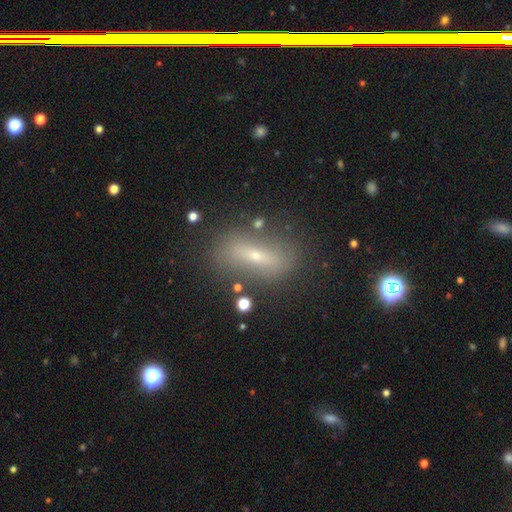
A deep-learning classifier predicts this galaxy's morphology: This is possibly a featured or disk galaxy (48%). Merging: likely none (78%).